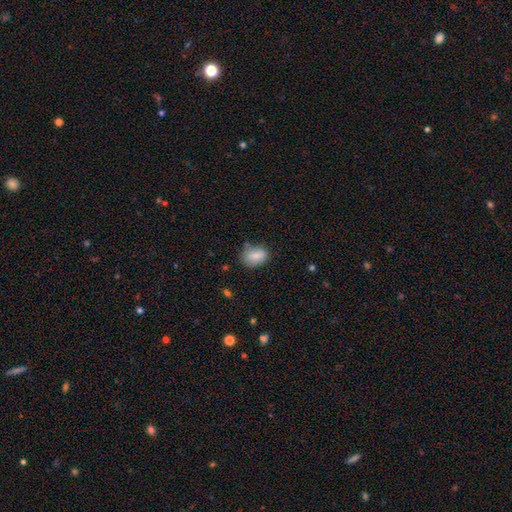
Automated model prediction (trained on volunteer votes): Smooth or featured? smooth (83%)
How rounded? in between (77%)
Merging? none (67%)